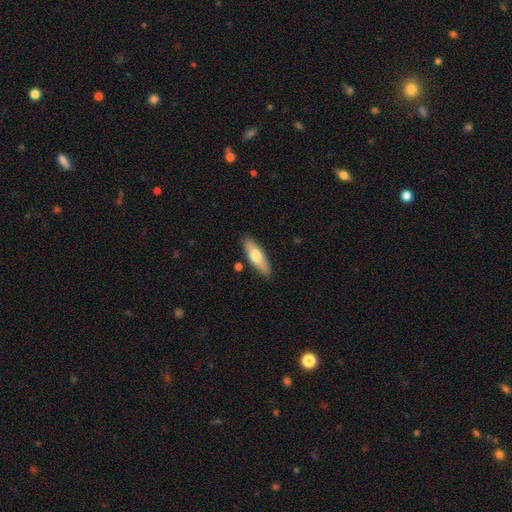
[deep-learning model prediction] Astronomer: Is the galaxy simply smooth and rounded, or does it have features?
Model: smooth — 66%.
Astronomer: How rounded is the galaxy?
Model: in between — 53% (runner-up: cigar-shaped, 44%).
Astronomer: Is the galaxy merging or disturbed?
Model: none — 86%.